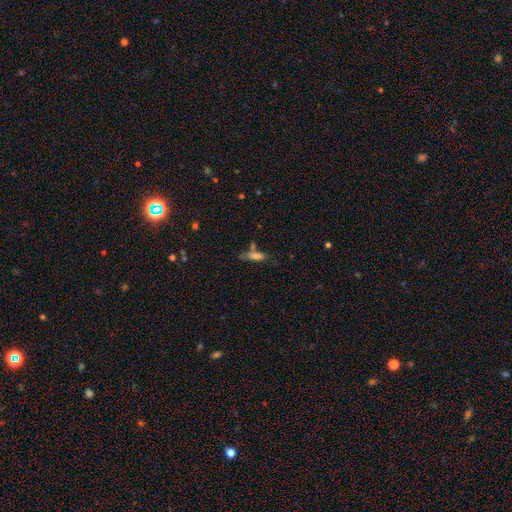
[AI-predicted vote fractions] Q: Smooth or featured?
A: smooth (72%); runner-up: featured or disk (17%)
Q: How rounded?
A: cigar-shaped (57%); runner-up: in between (40%)
Q: Merging?
A: none (51%); runner-up: merger (20%)